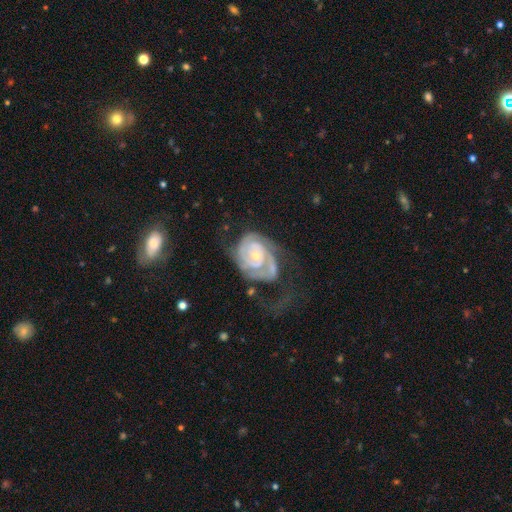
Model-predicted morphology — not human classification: The model was most divided on "merging": none: 43%, major disturbance: 32%, minor disturbance: 22%, merger: 4%. Remaining: edge-on disk — no (98%); spiral arms — yes (97%); smooth or featured — featured or disk (90%); spiral winding — tight (70%); bar — no (68%); bulge size — small (54%); spiral arm count — 2 (46%).